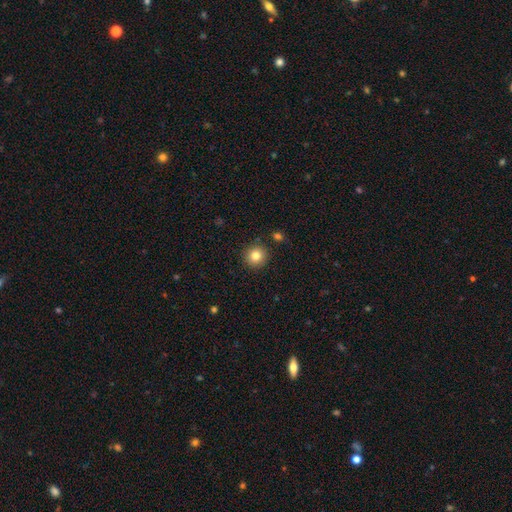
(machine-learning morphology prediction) A smooth galaxy with no disk features (82%) that is round (94%). Merging: none (90%).